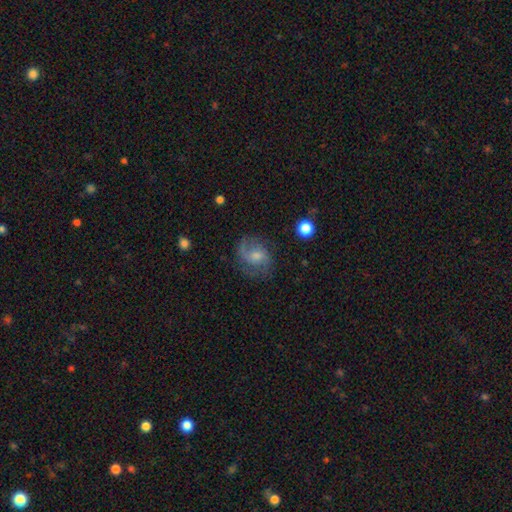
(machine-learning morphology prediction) A featured or disk galaxy (67%) with no bar (57%), 2 (69%) medium (49%) spiral arms (91%) and a moderate central bulge (49%). Merging: none (71%).